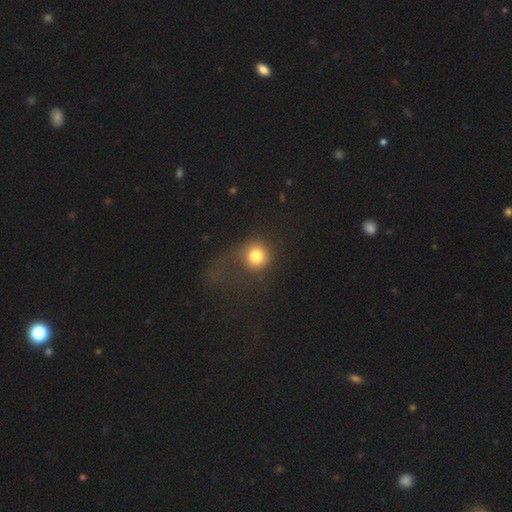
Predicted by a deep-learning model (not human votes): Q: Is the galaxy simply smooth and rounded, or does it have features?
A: smooth — 77%.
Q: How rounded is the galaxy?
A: round — 88%.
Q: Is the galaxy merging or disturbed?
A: none — 41%.